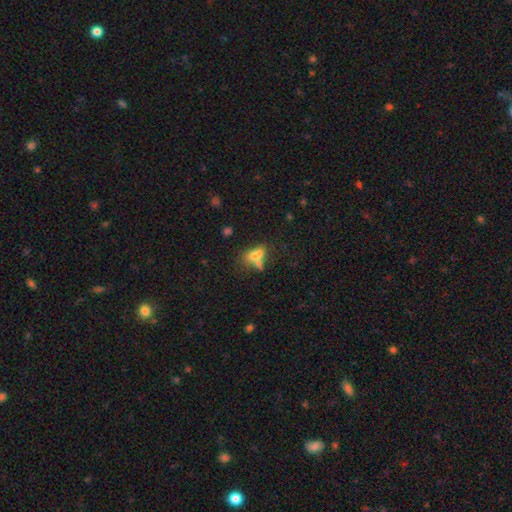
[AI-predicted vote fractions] A smooth galaxy with no disk features (67%) that is in between round and cigar-shaped (75%). Merging: merger (47%).